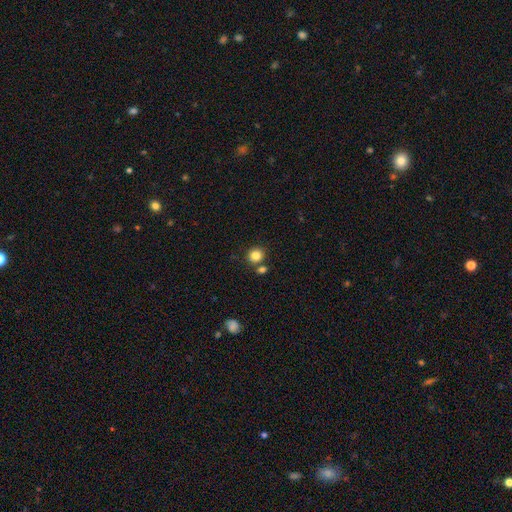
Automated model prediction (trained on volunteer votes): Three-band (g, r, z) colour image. It shows a smooth galaxy with no disk features (84%) that is round (86%). Merging: none (75%).